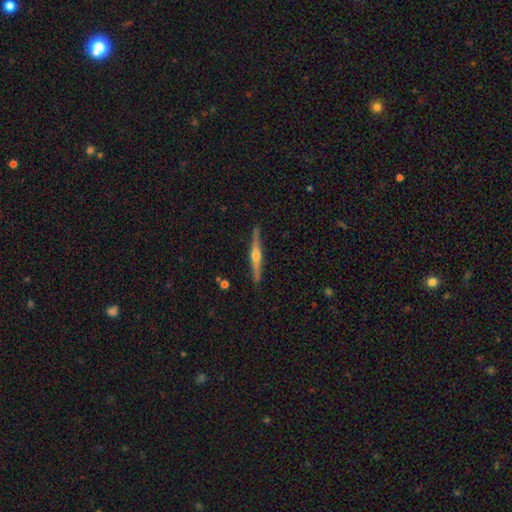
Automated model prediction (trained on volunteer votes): Smooth or featured?
  - featured or disk: 77% *
  - smooth: 18%
  - star or artifact: 5%
Edge-on disk?
  - yes: 98% *
  - no: 2%
Edge-on bulge?
  - rounded: 92% *
  - boxy: 5%
  - none: 4%
Merging?
  - none: 90% *
  - minor disturbance: 7%
  - major disturbance: 1%
  - merger: 1%